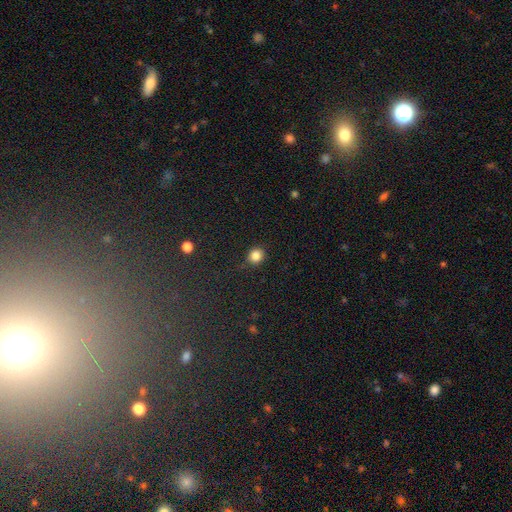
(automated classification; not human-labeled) This is clearly a smooth galaxy (83%). How rounded: clearly round (85%). Merging: clearly none (83%).